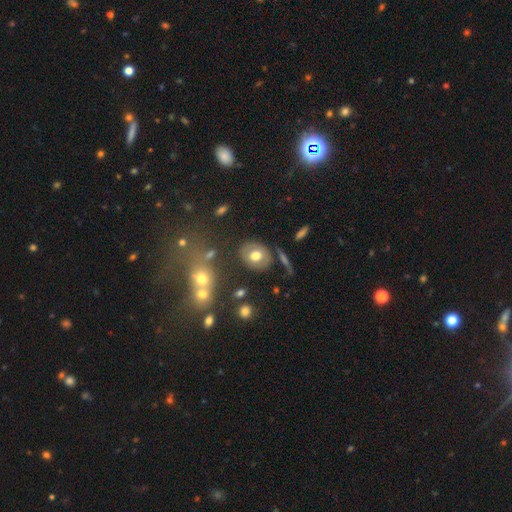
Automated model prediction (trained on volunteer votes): This appears to be a smooth galaxy with no disk features (62%) that is round (52%). Merging: none (79%).